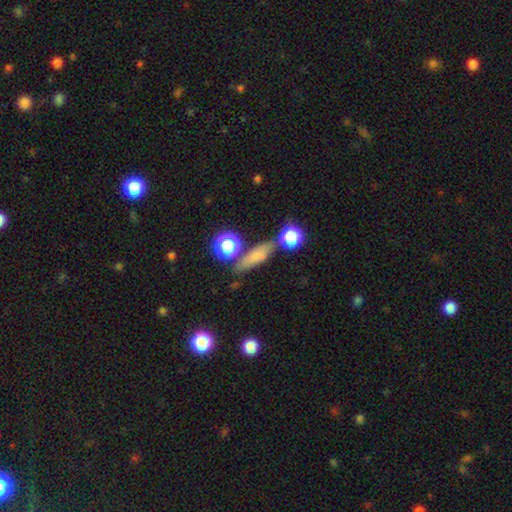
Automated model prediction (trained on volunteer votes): Morphology: type=smooth (68%); roundness=cigar-shaped (54%); merging=none (73%).